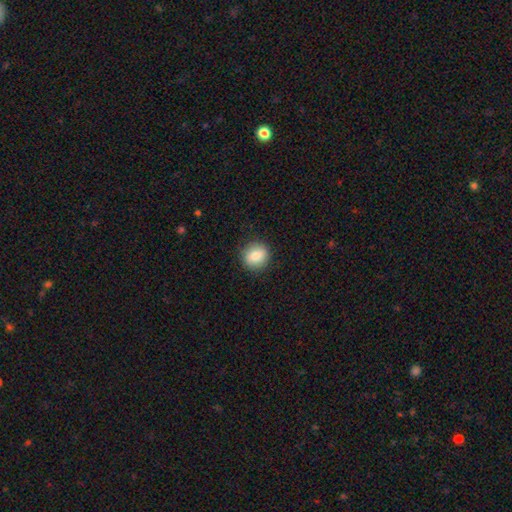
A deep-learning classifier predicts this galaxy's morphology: A smooth galaxy with no disk features (85%) that is round (80%). Merging: none (88%).